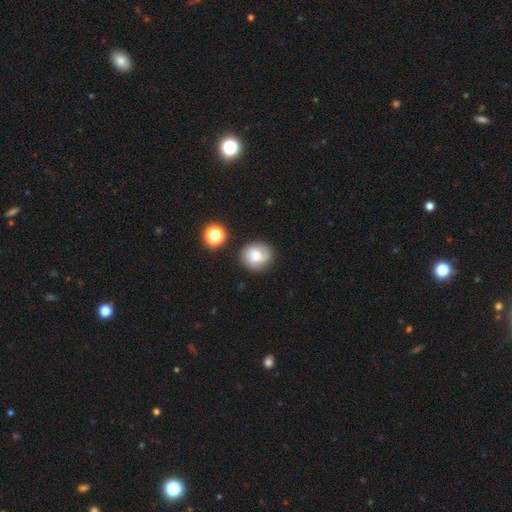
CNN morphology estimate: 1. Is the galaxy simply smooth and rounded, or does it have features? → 64% smooth, 25% featured or disk, 10% star or artifact.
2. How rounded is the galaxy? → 83% round, 16% in between, 1% cigar-shaped.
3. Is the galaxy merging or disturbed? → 76% none, 15% minor disturbance, 5% merger, 4% major disturbance.